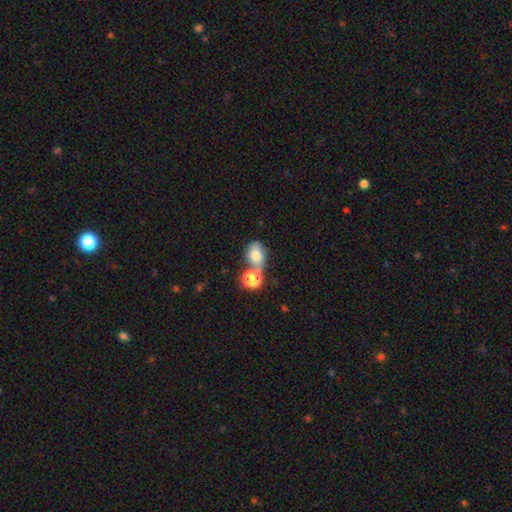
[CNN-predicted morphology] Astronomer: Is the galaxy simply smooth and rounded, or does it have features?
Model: smooth — 69%.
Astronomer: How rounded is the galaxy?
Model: in between — 60% (runner-up: round, 38%).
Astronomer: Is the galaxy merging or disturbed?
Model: merger — 44% (runner-up: none, 34%).